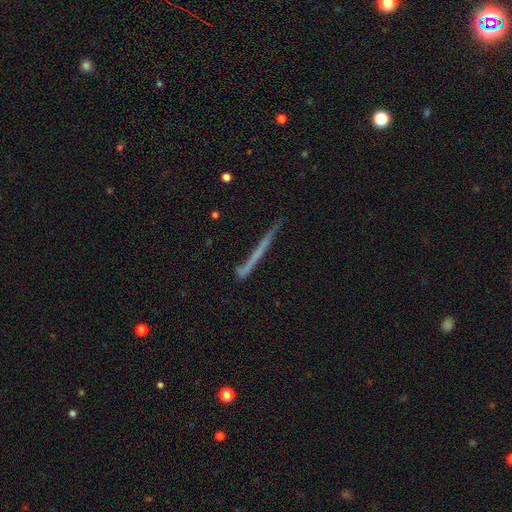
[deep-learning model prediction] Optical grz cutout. It shows a featured or disk galaxy (50%). Merging: none (79%).